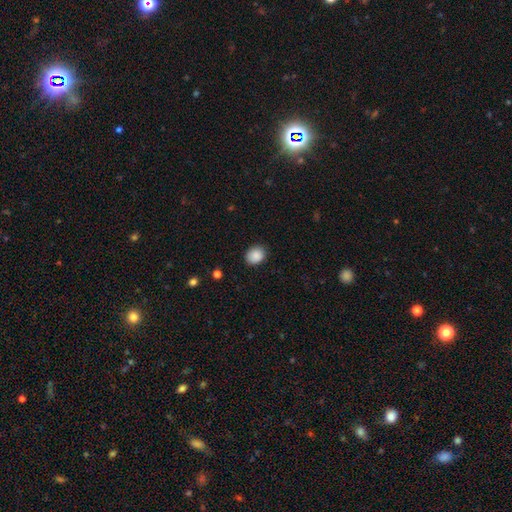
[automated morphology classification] Smooth or featured?
  - smooth: 89% *
  - star or artifact: 8%
  - featured or disk: 3%
How rounded?
  - round: 57% *
  - in between: 42%
  - cigar-shaped: 1%
Merging?
  - none: 86% *
  - minor disturbance: 11%
  - major disturbance: 2%
  - merger: 1%